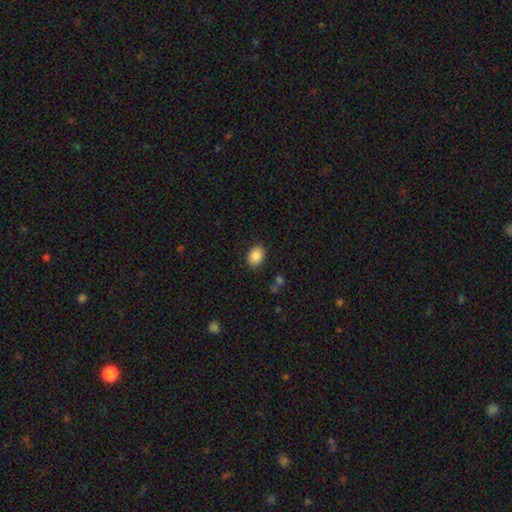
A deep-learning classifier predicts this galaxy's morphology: A smooth galaxy with no disk features (87%) that is in between round and cigar-shaped (69%).

Vote fractions:
- Smooth or featured? smooth: 87% / star or artifact: 8% / featured or disk: 5%
- How rounded? in between: 69% / round: 30% / cigar-shaped: 1%
- Merging? none: 87% / minor disturbance: 9% / major disturbance: 2% / merger: 1%